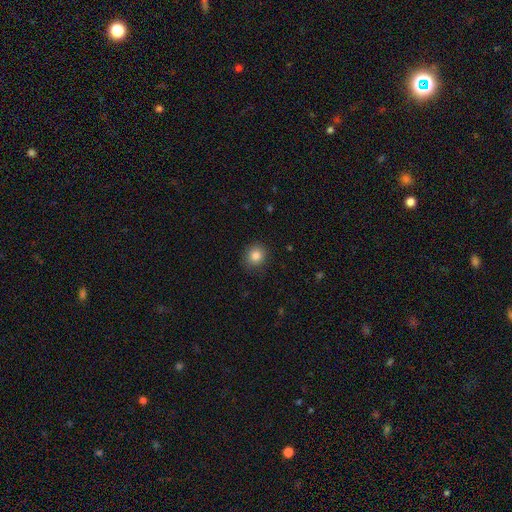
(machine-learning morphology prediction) Q: Smooth or featured?
A: smooth (84%); runner-up: star or artifact (11%)
Q: How rounded?
A: round (86%); runner-up: in between (13%)
Q: Merging?
A: none (89%); runner-up: minor disturbance (8%)